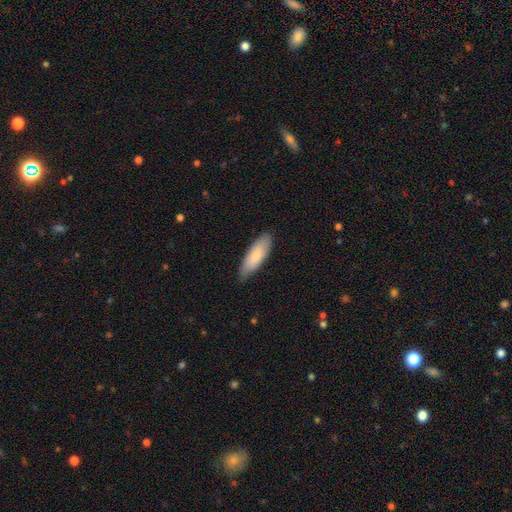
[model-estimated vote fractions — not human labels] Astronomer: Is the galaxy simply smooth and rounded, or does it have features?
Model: smooth — 79%.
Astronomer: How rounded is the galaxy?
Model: in between — 59% (runner-up: cigar-shaped, 40%).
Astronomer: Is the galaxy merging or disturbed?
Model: none — 81%.